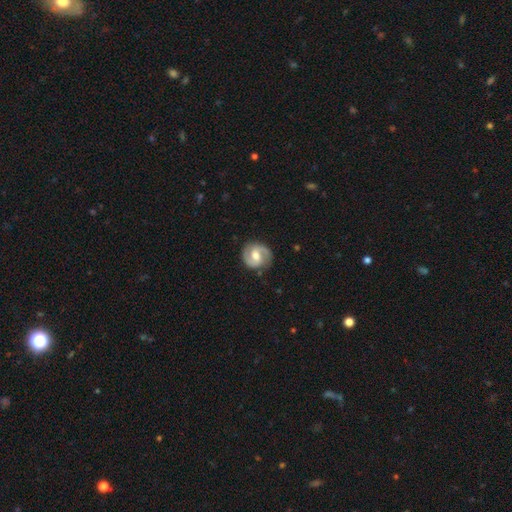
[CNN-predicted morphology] Smooth or featured: featured or disk — 84% (smooth — 12%)
Edge-on disk: no — 98% (yes — 2%)
Bar: weak — 52% (no — 25%)
Spiral arms: yes — 95% (no — 5%)
Spiral winding: medium — 51% (tight — 34%)
Spiral arm count: 2 — 92% (can't tell — 3%)
Bulge size: moderate — 72% (small — 18%)
Merging: none — 85% (minor disturbance — 11%)